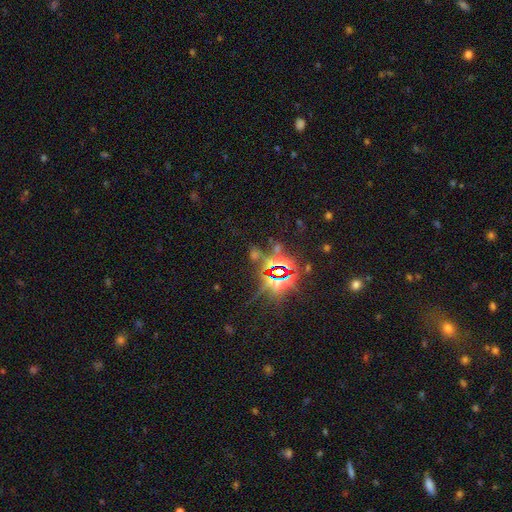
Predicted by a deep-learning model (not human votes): A star or artifact, not a galaxy (82%).

Vote fractions:
- Smooth or featured? star or artifact: 82% / featured or disk: 9% / smooth: 9%